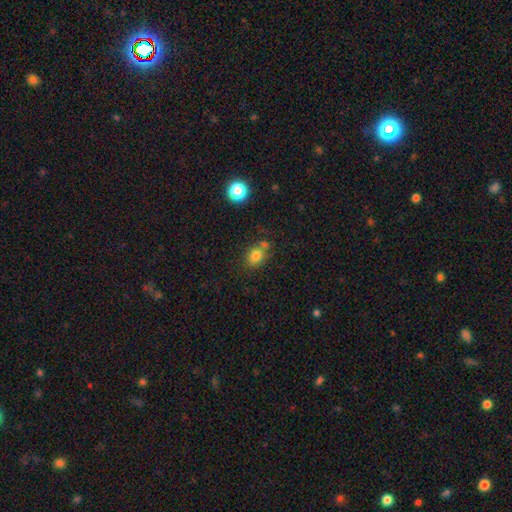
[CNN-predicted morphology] type=smooth (79%); roundness=in between (51%); merging=none (60%).